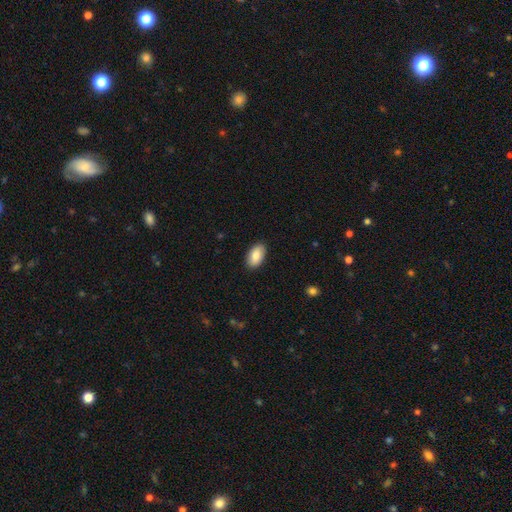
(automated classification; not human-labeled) smooth 81%, featured or disk 12%, star or artifact 6%. Down the decision tree: how rounded — in between (94%); merging — none (88%).